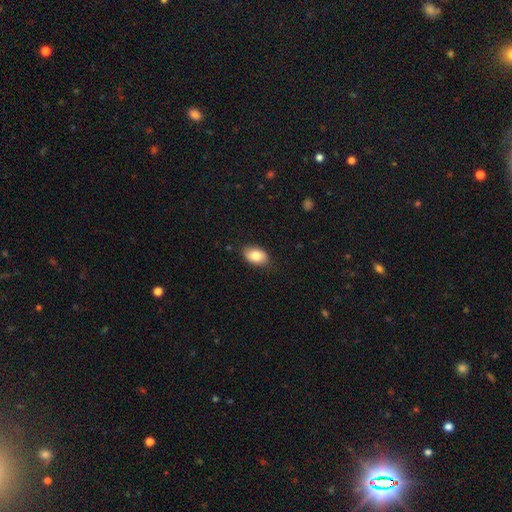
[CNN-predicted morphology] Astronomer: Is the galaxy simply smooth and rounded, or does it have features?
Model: smooth — 83%.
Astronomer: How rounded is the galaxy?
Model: in between — 90%.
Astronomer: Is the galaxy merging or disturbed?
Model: none — 84%.